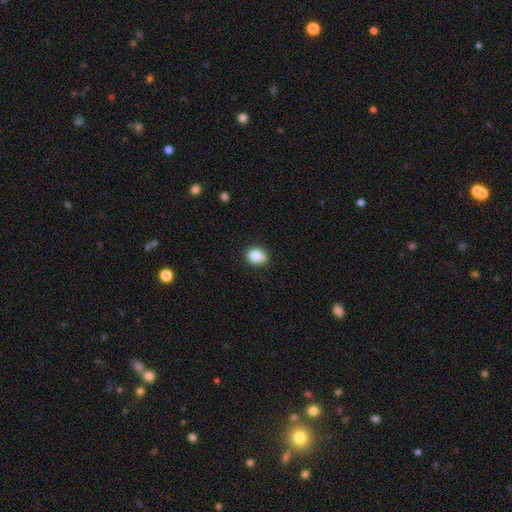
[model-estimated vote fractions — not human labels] The model was most divided on "how rounded": in between: 53%, round: 46%, cigar-shaped: 1%. More confident: smooth or featured — smooth (84%); merging — none (84%).